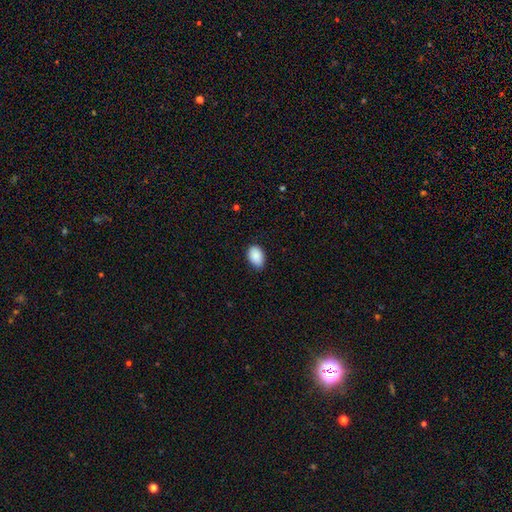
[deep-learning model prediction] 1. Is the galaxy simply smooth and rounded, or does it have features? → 89% smooth, 7% star or artifact, 4% featured or disk.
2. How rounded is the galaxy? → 89% in between, 10% round, 1% cigar-shaped.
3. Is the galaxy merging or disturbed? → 78% none, 19% minor disturbance, 2% major disturbance, 1% merger.